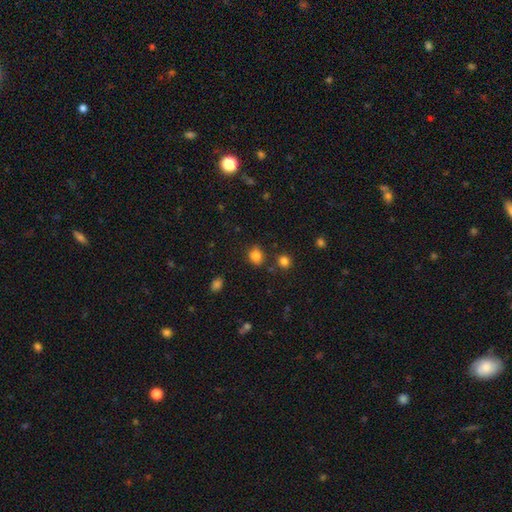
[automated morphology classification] This appears to be a smooth galaxy with no disk features (83%) that is round (64%). Merging: none (77%).